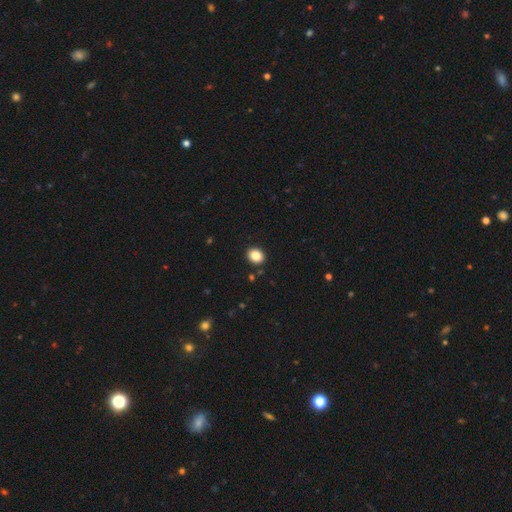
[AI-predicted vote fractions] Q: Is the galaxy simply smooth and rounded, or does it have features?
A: smooth — 86%.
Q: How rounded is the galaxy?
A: round — 55%.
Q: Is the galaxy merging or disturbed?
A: none — 90%.